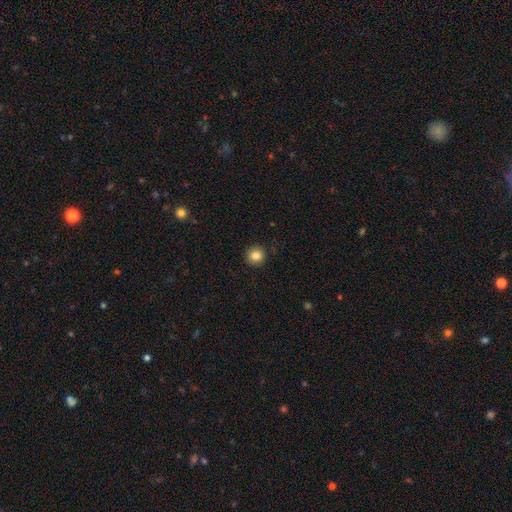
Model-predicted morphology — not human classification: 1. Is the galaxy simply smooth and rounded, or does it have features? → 85% smooth, 10% star or artifact, 5% featured or disk.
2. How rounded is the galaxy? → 93% round, 6% in between, 1% cigar-shaped.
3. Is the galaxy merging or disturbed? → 91% none, 6% minor disturbance, 2% major disturbance, 1% merger.